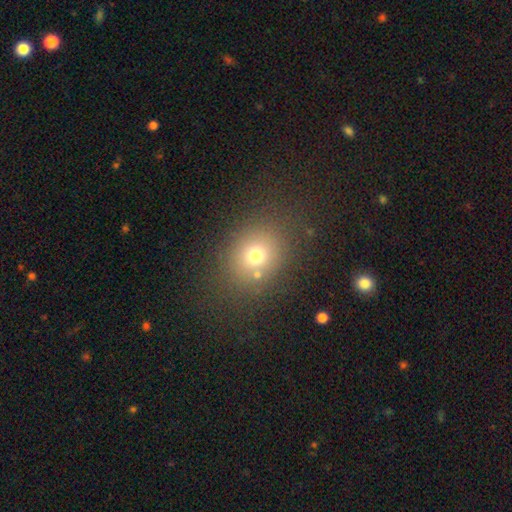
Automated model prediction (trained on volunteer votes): A smooth galaxy with no disk features (69%) that is round (65%).

Vote fractions:
- Smooth or featured? smooth: 69% / star or artifact: 19% / featured or disk: 12%
- How rounded? round: 65% / in between: 34% / cigar-shaped: 1%
- Merging? none: 77% / minor disturbance: 11% / major disturbance: 6% / merger: 6%